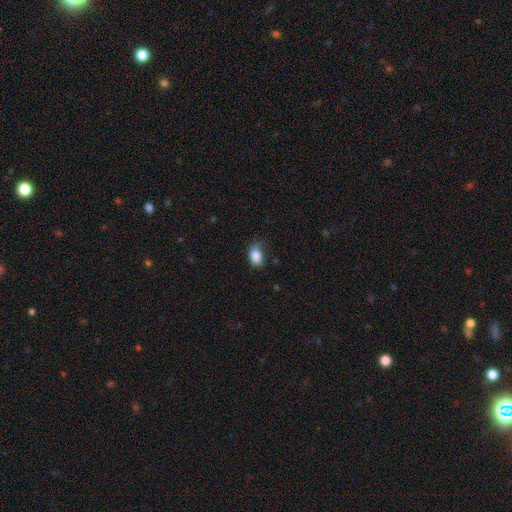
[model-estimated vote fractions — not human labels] Overall: smooth (84%). How rounded: in between (77%). Merging: none (50%; minor disturbance 35%).